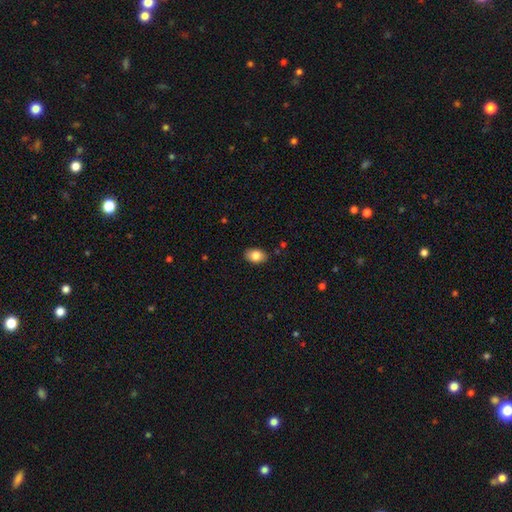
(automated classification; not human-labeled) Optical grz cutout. It shows a smooth galaxy with no disk features (82%) that is in between round and cigar-shaped (86%). Merging: none (86%).